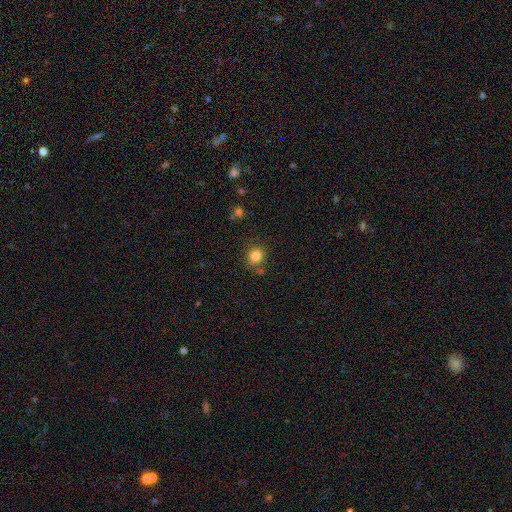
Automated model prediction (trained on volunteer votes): smooth_or_featured: smooth (p=0.82) [alt: star or artifact p=0.12]
how_rounded: round (p=0.81) [alt: in between p=0.18]
merging: none (p=0.77) [alt: minor disturbance p=0.12]